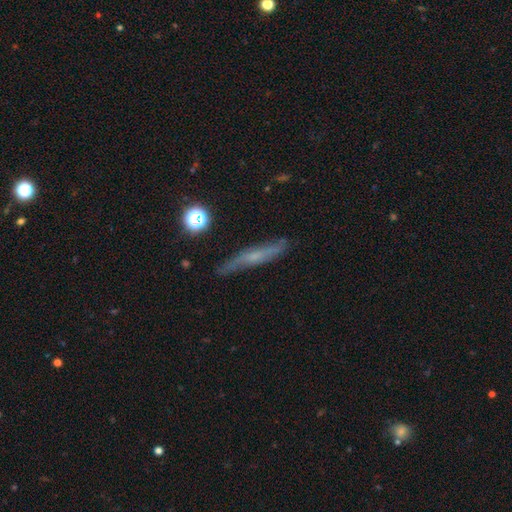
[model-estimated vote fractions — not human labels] Morphology: type=featured or disk (51%); edge-on=yes (80%); merging=none (79%).